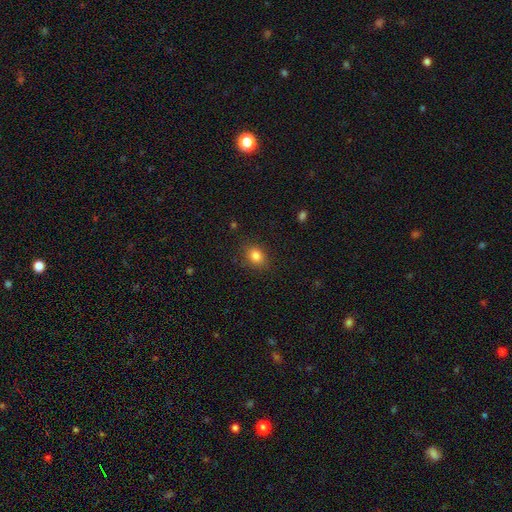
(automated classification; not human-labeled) Overall: smooth (83%). How rounded: in between (56%; round 43%). Merging: none (84%).